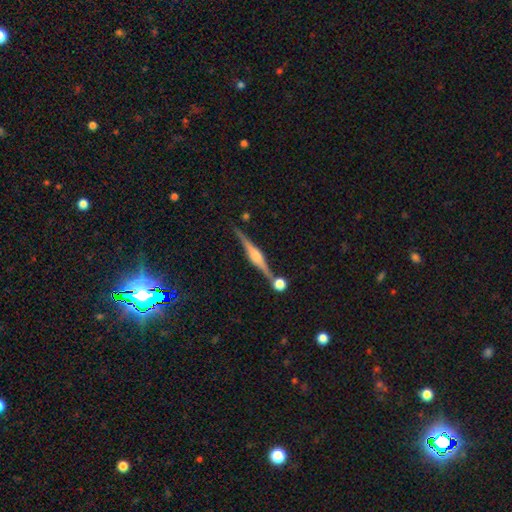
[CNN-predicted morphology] A featured or disk galaxy (84%) viewed edge-on (98%) with a rounded central bulge (76%).

Vote fractions:
- Smooth or featured? featured or disk: 84% / smooth: 10% / star or artifact: 6%
- Edge-on disk? yes: 98% / no: 2%
- Edge-on bulge? rounded: 76% / boxy: 20% / none: 4%
- Merging? none: 80% / minor disturbance: 9% / merger: 9% / major disturbance: 2%